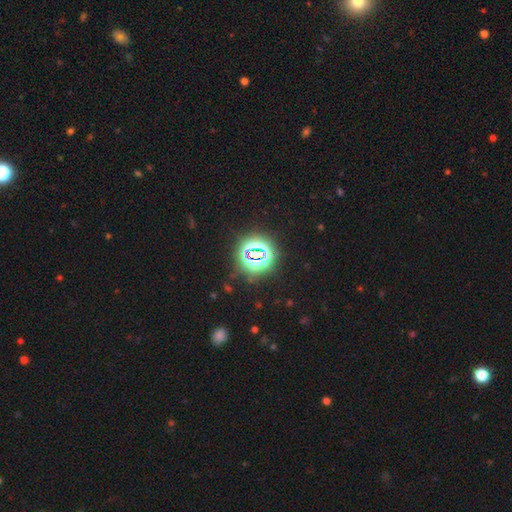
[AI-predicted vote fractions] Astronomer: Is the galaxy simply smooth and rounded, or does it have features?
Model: star or artifact — 75%.